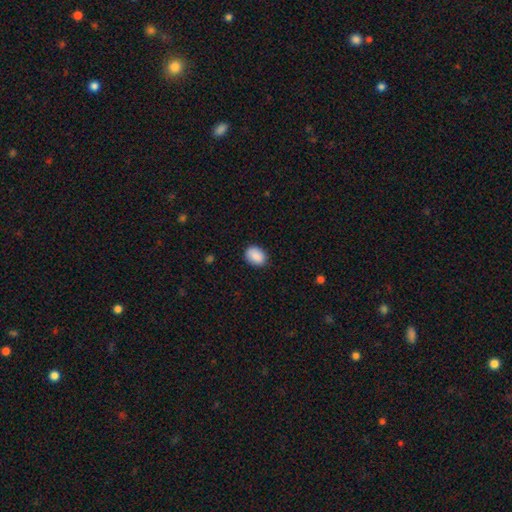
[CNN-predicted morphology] The model was most divided on "how rounded": in between: 71%, round: 28%, cigar-shaped: 1%. More confident: smooth or featured — smooth (89%); merging — none (85%).